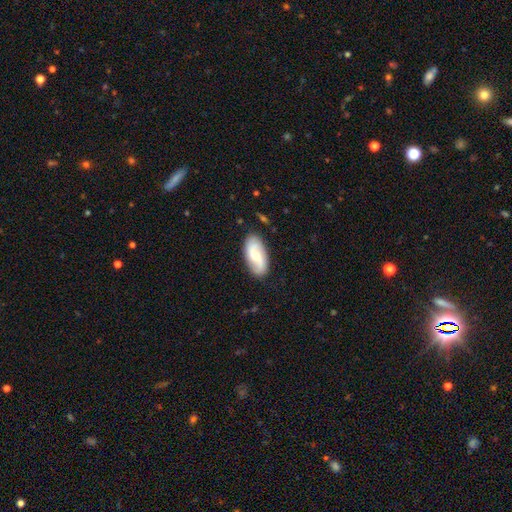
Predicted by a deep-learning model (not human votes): smooth_or_featured: featured or disk (p=0.56) [alt: smooth p=0.38]
disk_edge_on: no (p=0.94) [alt: yes p=0.06]
bar: no (p=0.54) [alt: weak p=0.36]
has_spiral_arms: yes (p=0.87) [alt: no p=0.13]
bulge_size: moderate (p=0.53) [alt: small p=0.40]
merging: none (p=0.83) [alt: minor disturbance p=0.12]